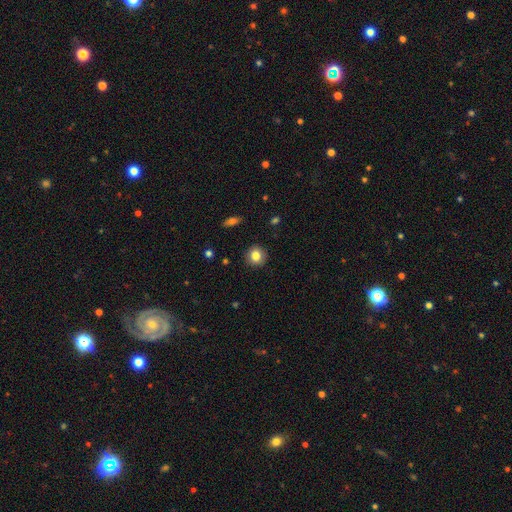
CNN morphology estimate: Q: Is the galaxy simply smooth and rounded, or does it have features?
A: smooth — 83%.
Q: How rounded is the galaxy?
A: round — 89%.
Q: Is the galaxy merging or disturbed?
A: none — 91%.